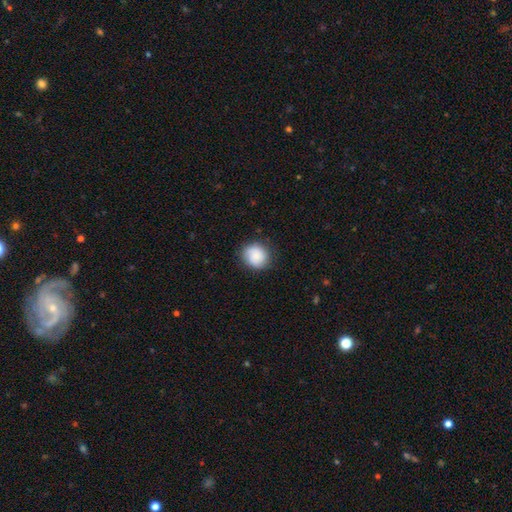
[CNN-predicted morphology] A smooth galaxy with no disk features (86%) that is round (82%).

Vote fractions:
- Smooth or featured? smooth: 86% / star or artifact: 7% / featured or disk: 7%
- How rounded? round: 82% / in between: 17% / cigar-shaped: 1%
- Merging? none: 83% / minor disturbance: 12% / major disturbance: 3% / merger: 1%